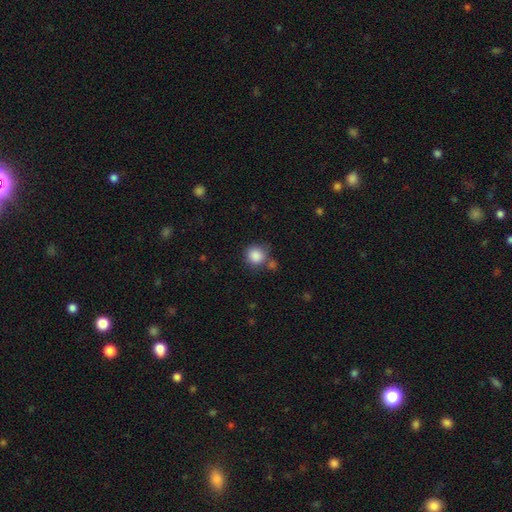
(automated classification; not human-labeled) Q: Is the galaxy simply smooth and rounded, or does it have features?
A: smooth — 87%.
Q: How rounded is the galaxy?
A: round — 89%.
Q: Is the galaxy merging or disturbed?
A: none — 69%.